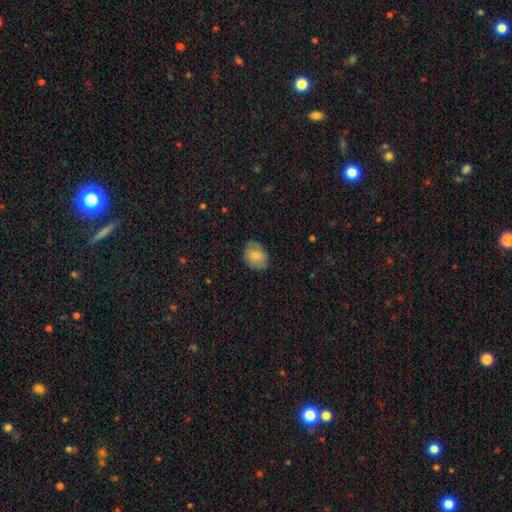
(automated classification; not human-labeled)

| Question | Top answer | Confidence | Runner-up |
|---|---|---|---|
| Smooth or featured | smooth | 76% | featured or disk (16%) |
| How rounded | in between | 64% | round (35%) |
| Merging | none | 76% | minor disturbance (19%) |